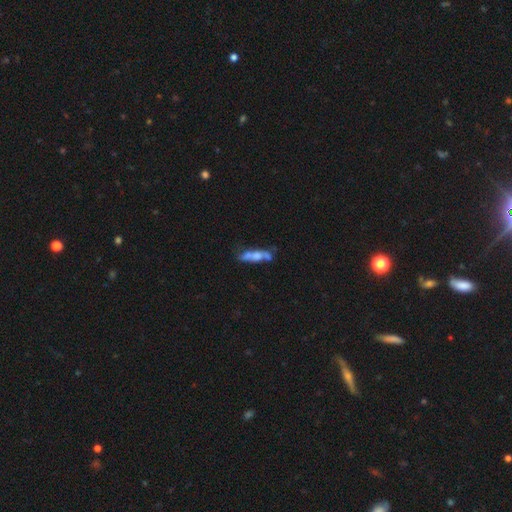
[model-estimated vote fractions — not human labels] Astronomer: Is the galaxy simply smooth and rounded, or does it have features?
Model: smooth — 47% (runner-up: featured or disk, 43%).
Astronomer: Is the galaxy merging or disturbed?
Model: none — 39% (runner-up: merger, 28%).